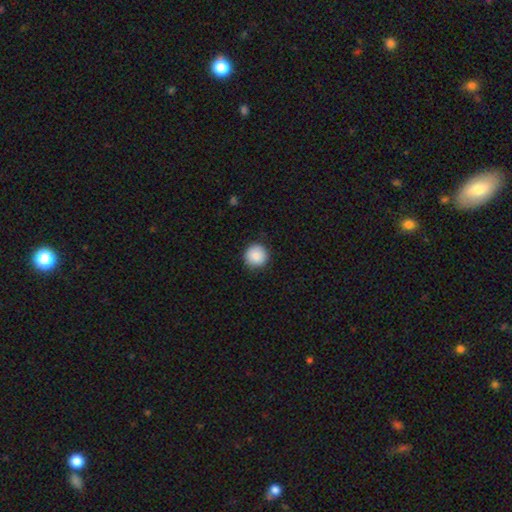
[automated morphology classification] A smooth galaxy with no disk features (87%) that is round (95%).

Vote fractions:
- Smooth or featured? smooth: 87% / star or artifact: 8% / featured or disk: 5%
- How rounded? round: 95% / in between: 4% / cigar-shaped: 1%
- Merging? none: 90% / minor disturbance: 7% / major disturbance: 2% / merger: 1%